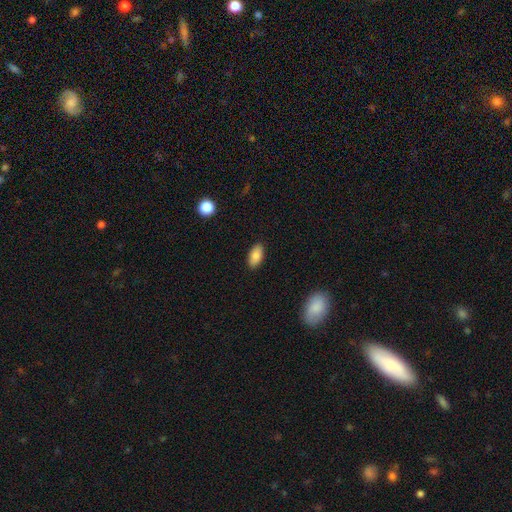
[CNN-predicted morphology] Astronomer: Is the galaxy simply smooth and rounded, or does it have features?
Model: smooth — 86%.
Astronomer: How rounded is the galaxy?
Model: in between — 93%.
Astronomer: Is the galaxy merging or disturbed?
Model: none — 88%.